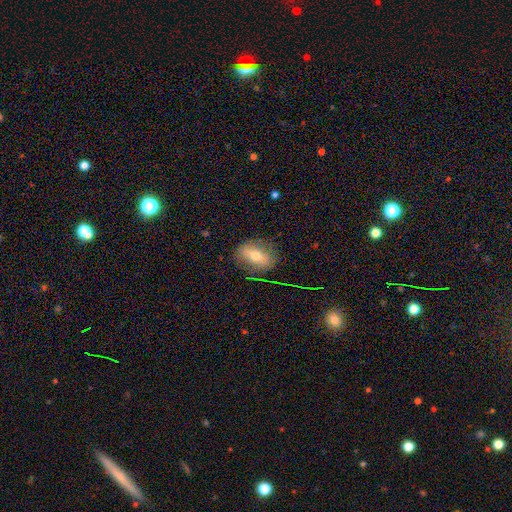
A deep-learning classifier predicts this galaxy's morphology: smooth-or-featured: smooth: 52% | featured or disk: 38% | star or artifact: 10%
  how-rounded: in between: 74% | round: 19% | cigar-shaped: 6%
  merging: none: 76% | minor disturbance: 17% | major disturbance: 6% | merger: 2%